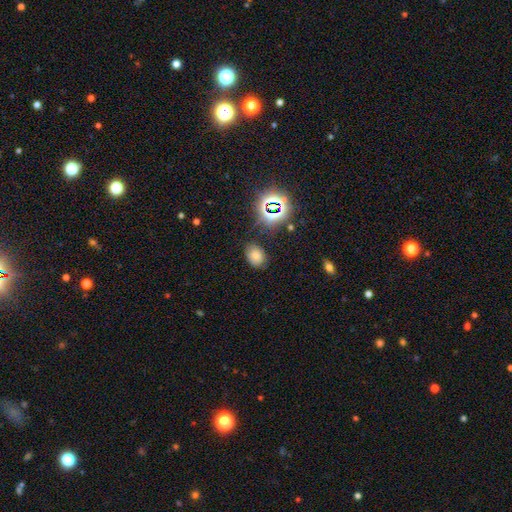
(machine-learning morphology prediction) Overall: smooth (67%). How rounded: in between (71%). Merging: none (77%).